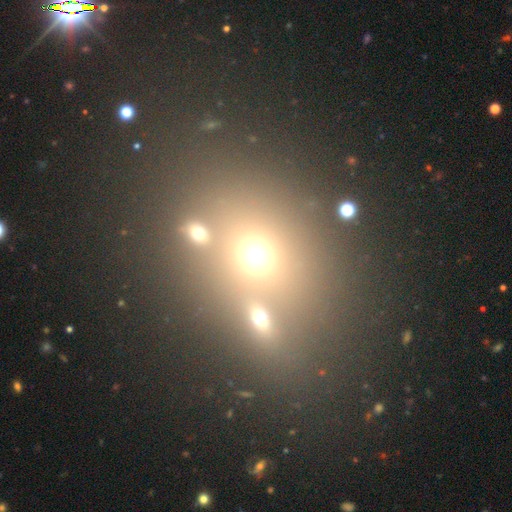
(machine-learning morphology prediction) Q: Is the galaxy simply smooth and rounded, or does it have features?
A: smooth — 57%.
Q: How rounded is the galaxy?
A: round — 66%.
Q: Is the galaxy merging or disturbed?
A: none — 64%.